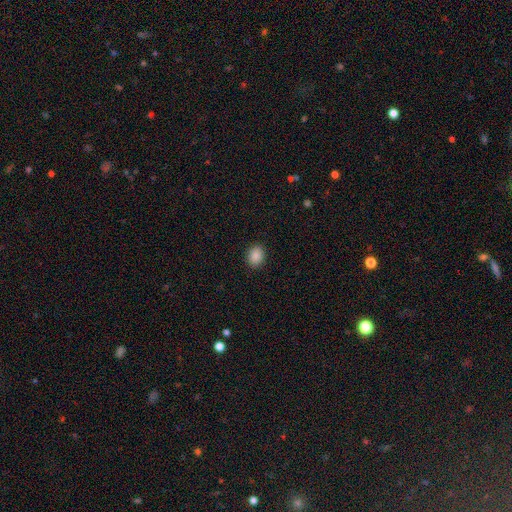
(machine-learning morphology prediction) Smooth or featured?
  - smooth: 88% *
  - star or artifact: 9%
  - featured or disk: 3%
How rounded?
  - in between: 63% *
  - round: 36%
  - cigar-shaped: 1%
Merging?
  - none: 90% *
  - minor disturbance: 7%
  - major disturbance: 2%
  - merger: 1%